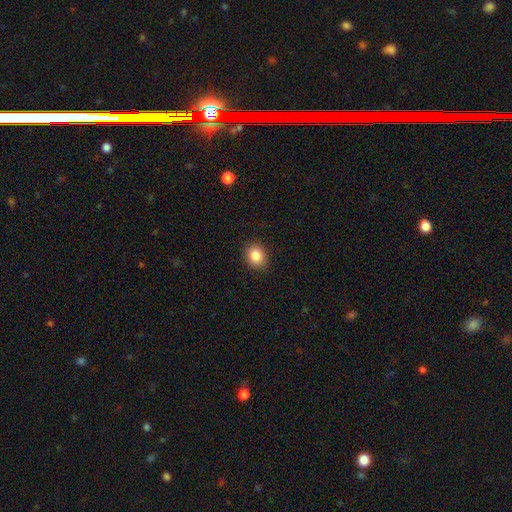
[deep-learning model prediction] Morphology: type=smooth (85%); roundness=round (62%); merging=none (89%).